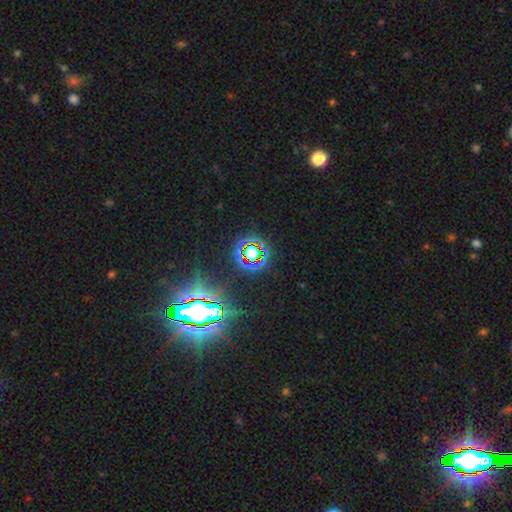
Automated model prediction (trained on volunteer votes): Q: Smooth or featured?
A: star or artifact (81%); runner-up: smooth (11%)